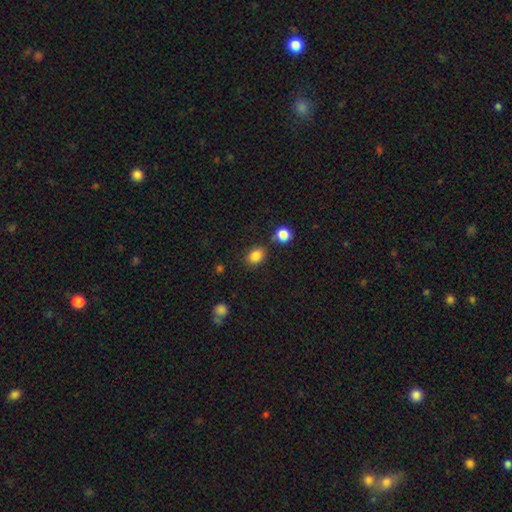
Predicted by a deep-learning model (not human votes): This appears to be a smooth galaxy with no disk features (85%) that is in between round and cigar-shaped (58%). Merging: none (75%).